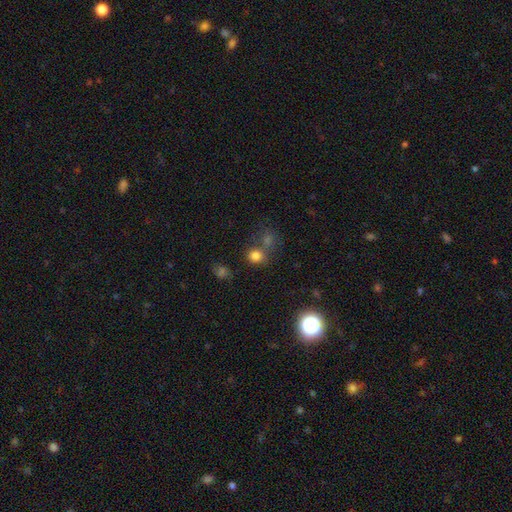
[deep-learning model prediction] Q: Smooth or featured?
A: smooth (77%); runner-up: star or artifact (16%)
Q: How rounded?
A: round (80%); runner-up: in between (19%)
Q: Merging?
A: none (58%); runner-up: merger (27%)